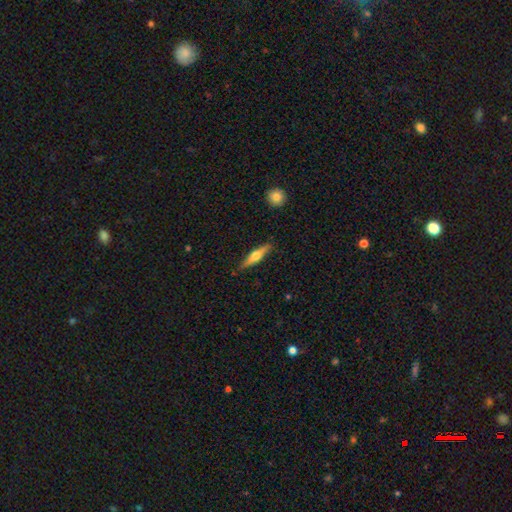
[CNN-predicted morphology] Smooth or featured? featured or disk (57%)
Edge-on disk? yes (96%)
Edge-on bulge? rounded (92%)
Merging? none (87%)